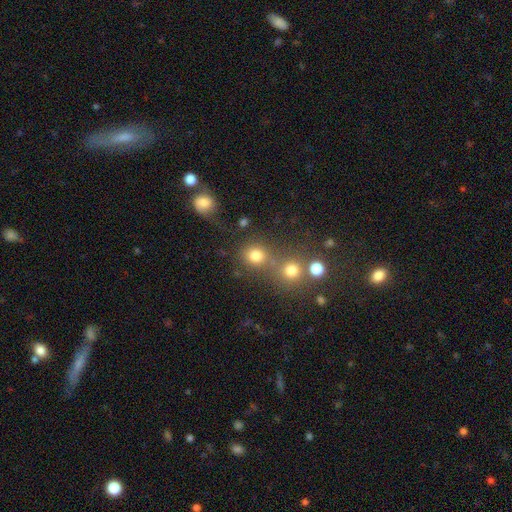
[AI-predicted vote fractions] Smooth or featured?
  - smooth: 77% *
  - star or artifact: 15%
  - featured or disk: 7%
How rounded?
  - round: 83% *
  - in between: 16%
  - cigar-shaped: 1%
Merging?
  - none: 59% *
  - merger: 27%
  - minor disturbance: 9%
  - major disturbance: 5%